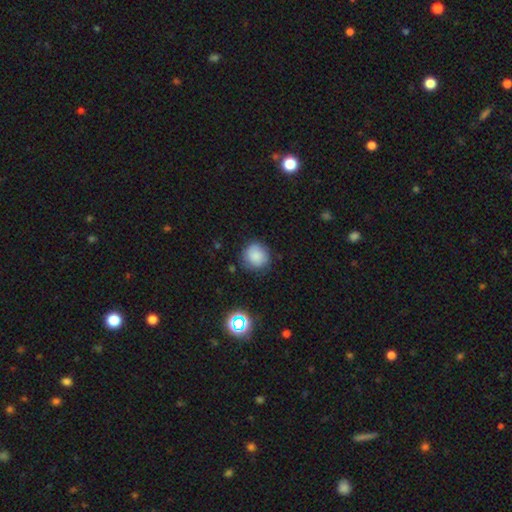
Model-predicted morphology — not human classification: Overall: smooth (82%). How rounded: round (90%). Merging: none (80%).